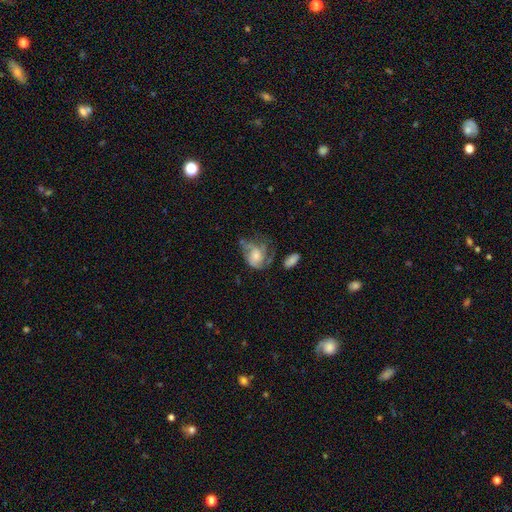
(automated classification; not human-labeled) Q: Smooth or featured?
A: featured or disk (63%); runner-up: smooth (29%)
Q: Edge-on disk?
A: no (97%); runner-up: yes (3%)
Q: Bar?
A: no (72%); runner-up: weak (24%)
Q: Spiral arms?
A: yes (82%); runner-up: no (18%)
Q: Spiral winding?
A: medium (44%); runner-up: tight (34%)
Q: Spiral arm count?
A: 2 (36%); runner-up: can't tell (27%)
Q: Bulge size?
A: moderate (41%); runner-up: small (35%)
Q: Merging?
A: none (37%); runner-up: major disturbance (30%)